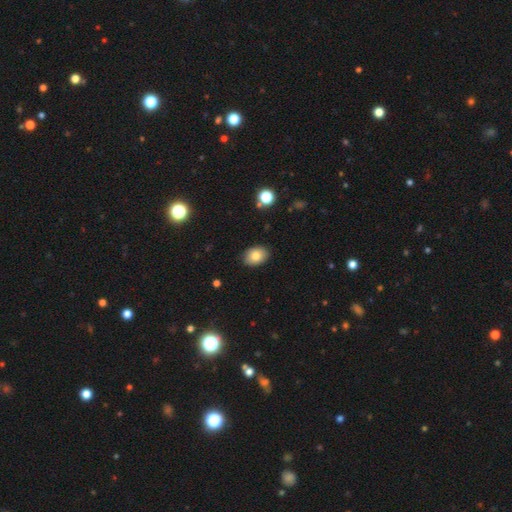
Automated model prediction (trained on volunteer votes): A smooth galaxy with no disk features (82%) that is in between round and cigar-shaped (77%).

Vote fractions:
- Smooth or featured? smooth: 82% / featured or disk: 9% / star or artifact: 9%
- How rounded? in between: 77% / round: 22% / cigar-shaped: 1%
- Merging? none: 87% / minor disturbance: 9% / major disturbance: 2% / merger: 1%